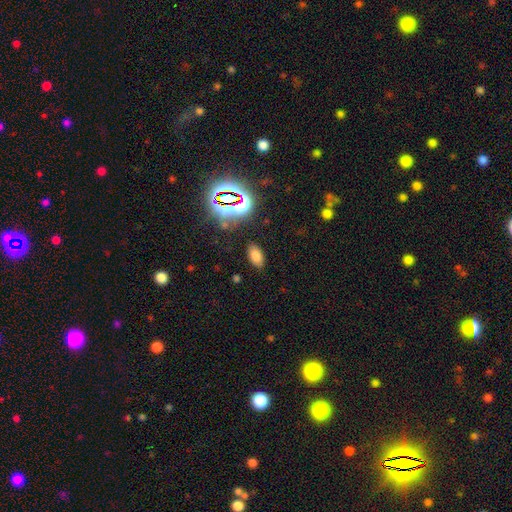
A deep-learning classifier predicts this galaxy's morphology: This appears to be a smooth galaxy with no disk features (71%) that is in between round and cigar-shaped (92%). Merging: none (85%).